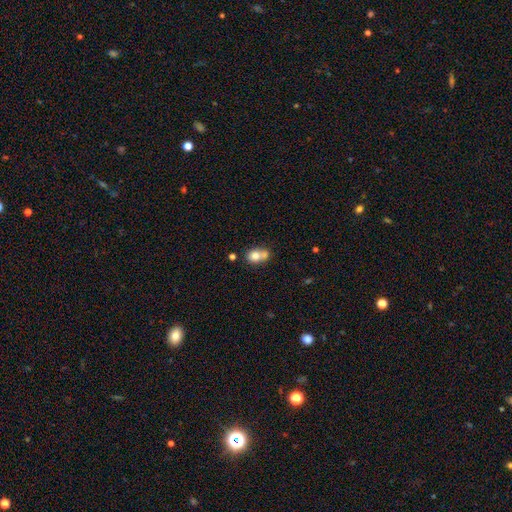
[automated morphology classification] smooth_or_featured: smooth (p=0.75) [alt: featured or disk p=0.16]
how_rounded: round (p=0.54) [alt: in between p=0.45]
merging: merger (p=0.50) [alt: none p=0.34]